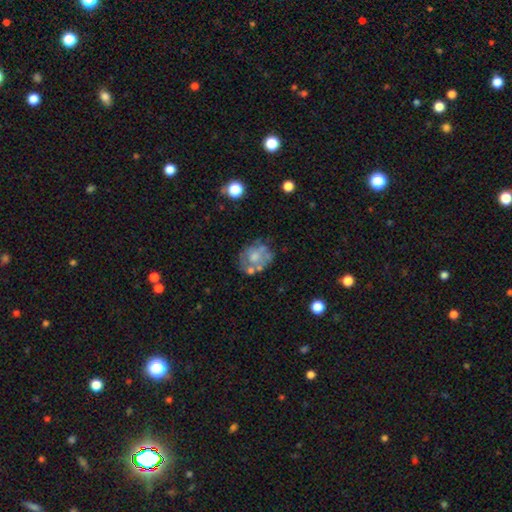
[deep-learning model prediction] Smooth or featured: featured or disk — 51% (smooth — 40%)
Edge-on disk: no — 98% (yes — 2%)
Merging: none — 47% (minor disturbance — 23%)